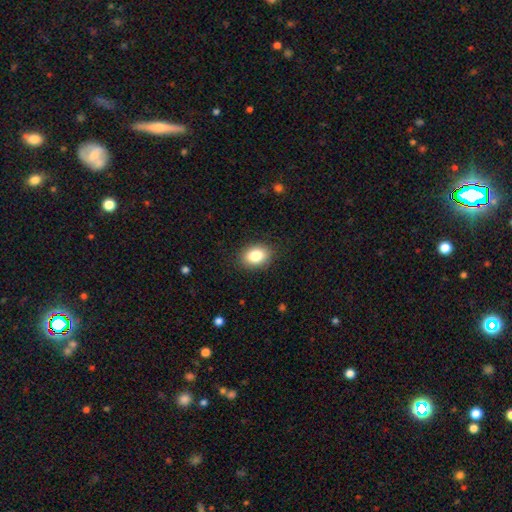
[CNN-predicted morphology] smooth 84%, star or artifact 9%, featured or disk 7%. Down the decision tree: how rounded — in between (76%); merging — none (88%).